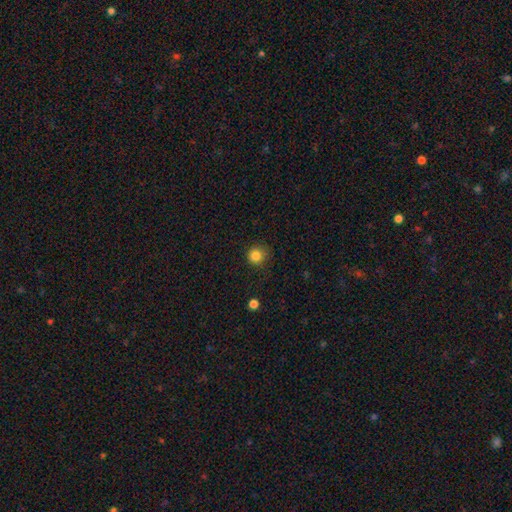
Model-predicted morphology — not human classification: smooth_or_featured: smooth (p=0.84) [alt: star or artifact p=0.12]
how_rounded: round (p=0.92) [alt: in between p=0.07]
merging: none (p=0.82) [alt: minor disturbance p=0.13]